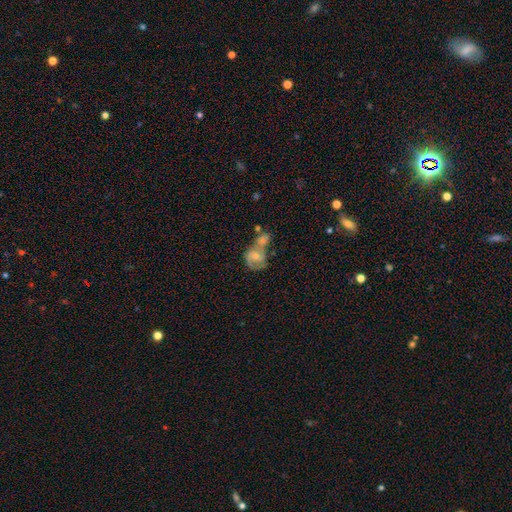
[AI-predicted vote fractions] A featured or disk galaxy (54%) with no bar (65%), spiral arms (76%) and a small central bulge (43%).

Vote fractions:
- Smooth or featured? featured or disk: 54% / smooth: 38% / star or artifact: 8%
- Edge-on disk? no: 97% / yes: 3%
- Bar? no: 65% / weak: 29% / strong: 6%
- Spiral arms? yes: 76% / no: 24%
- Bulge size? small: 43% / moderate: 42% / none: 9% / large: 4% / dominant: 2%
- Merging? merger: 61% / none: 19% / minor disturbance: 11% / major disturbance: 10%